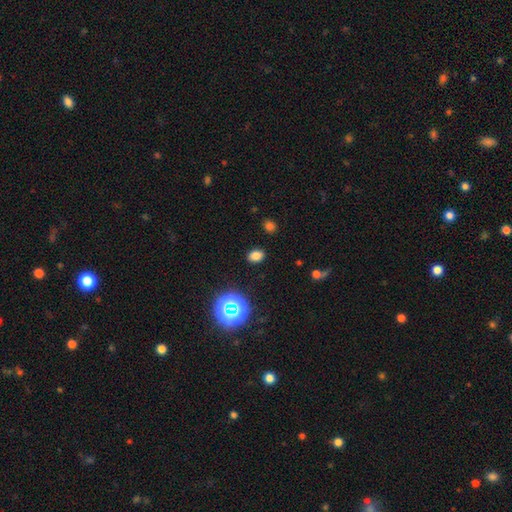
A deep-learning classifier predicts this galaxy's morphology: Smooth or featured? Predicted: smooth (p=0.75). How rounded? Predicted: in between (p=0.71). Merging? Predicted: none (p=0.88).